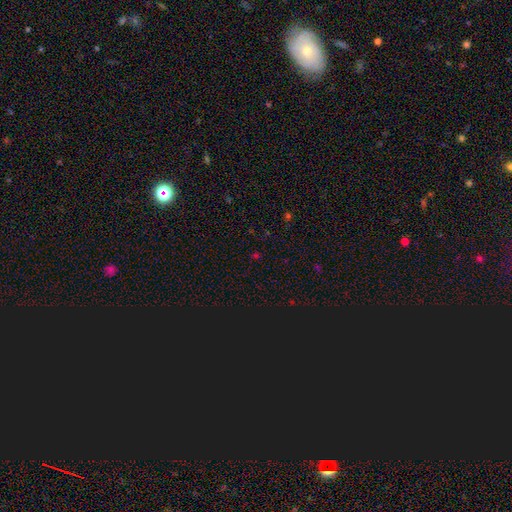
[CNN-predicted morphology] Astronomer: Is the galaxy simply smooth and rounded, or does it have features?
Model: star or artifact — 58% (runner-up: smooth, 35%).